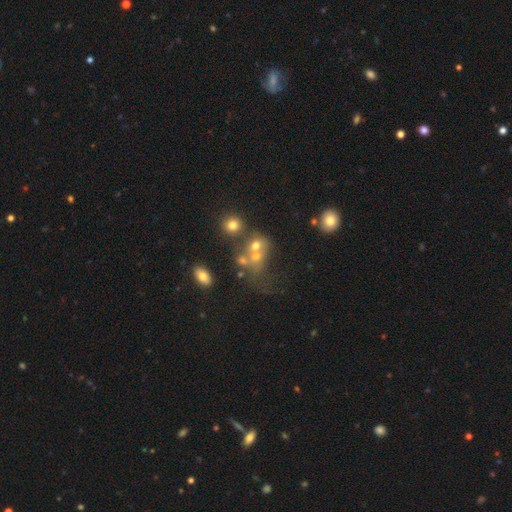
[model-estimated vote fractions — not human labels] smooth 48%, featured or disk 29%, star or artifact 23%. Down the decision tree: merging — merger (45%).